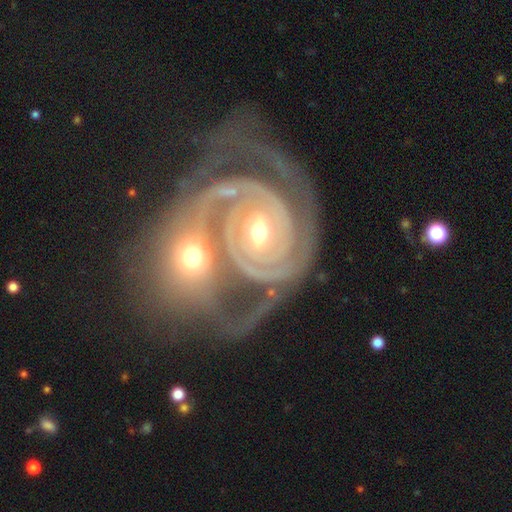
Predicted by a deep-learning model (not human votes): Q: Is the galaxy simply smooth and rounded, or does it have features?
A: featured or disk — 91%.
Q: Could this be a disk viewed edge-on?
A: no — 97%.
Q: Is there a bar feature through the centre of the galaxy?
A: no — 51%.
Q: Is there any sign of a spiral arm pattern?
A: yes — 98%.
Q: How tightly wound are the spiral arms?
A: tight — 75%.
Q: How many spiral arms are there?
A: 2 — 64%.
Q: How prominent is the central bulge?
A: moderate — 62%.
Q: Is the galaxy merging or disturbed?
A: merger — 48%.